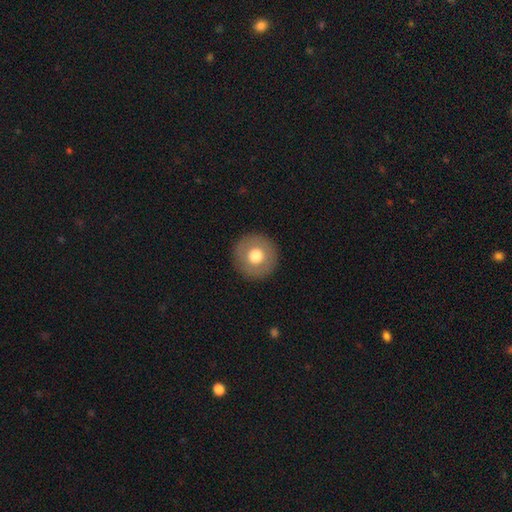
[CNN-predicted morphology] The model was most divided on "smooth or featured": smooth: 69%, featured or disk: 23%, star or artifact: 8%. More confident: how rounded — round (96%); merging — none (92%).